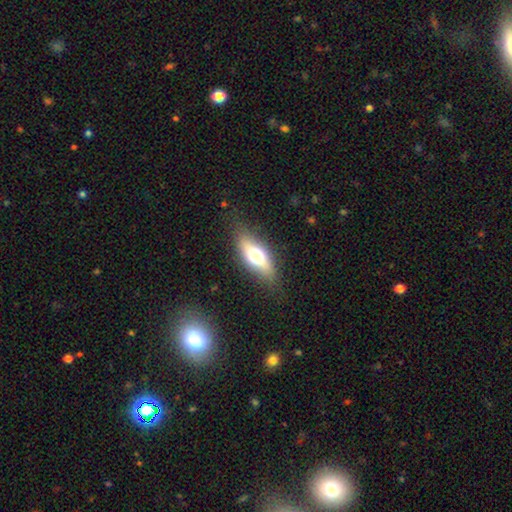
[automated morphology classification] A smooth galaxy with no disk features (59%) that is in between round and cigar-shaped (69%). Merging: none (79%).